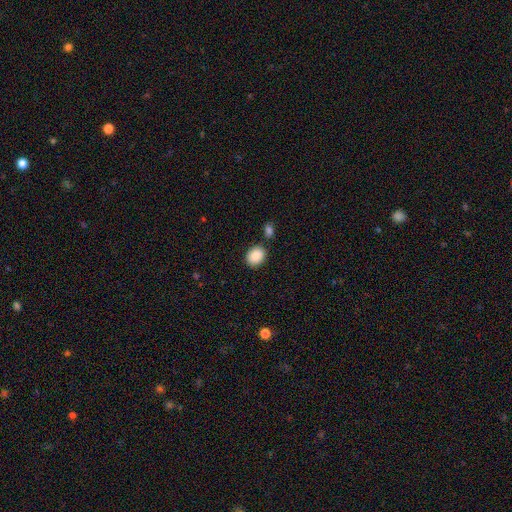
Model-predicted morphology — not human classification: Smooth or featured?
  - smooth: 88% *
  - star or artifact: 7%
  - featured or disk: 4%
How rounded?
  - in between: 52% *
  - round: 47%
  - cigar-shaped: 1%
Merging?
  - none: 80% *
  - minor disturbance: 10%
  - merger: 7%
  - major disturbance: 3%